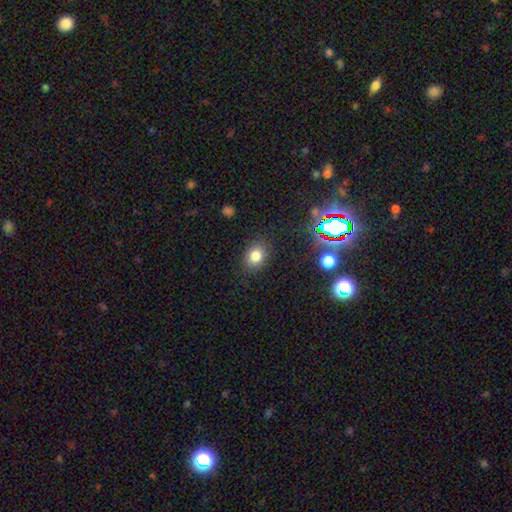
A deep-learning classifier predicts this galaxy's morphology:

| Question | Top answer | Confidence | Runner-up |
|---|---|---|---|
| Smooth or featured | smooth | 79% | star or artifact (14%) |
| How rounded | in between | 53% | round (46%) |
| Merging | none | 85% | minor disturbance (11%) |